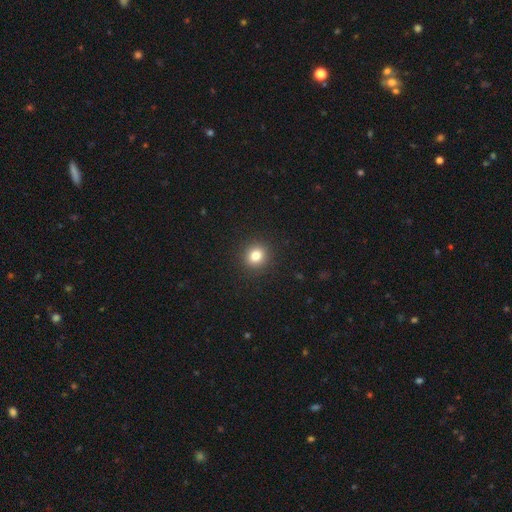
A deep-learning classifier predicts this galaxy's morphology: A smooth galaxy with no disk features (81%) that is round (86%). Merging: none (92%).